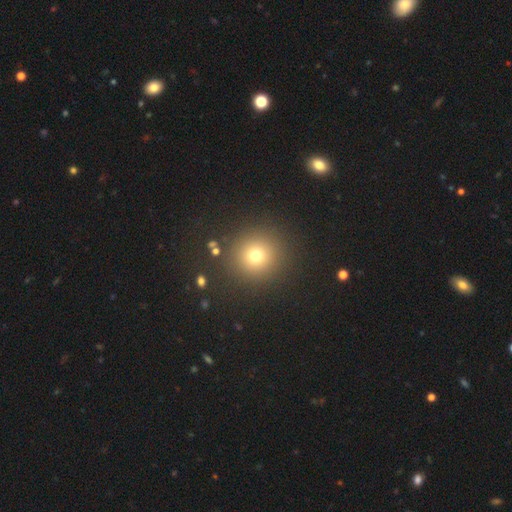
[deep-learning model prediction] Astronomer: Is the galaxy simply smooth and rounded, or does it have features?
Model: smooth — 73%.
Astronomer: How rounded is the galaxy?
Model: round — 93%.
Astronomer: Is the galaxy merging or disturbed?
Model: none — 89%.